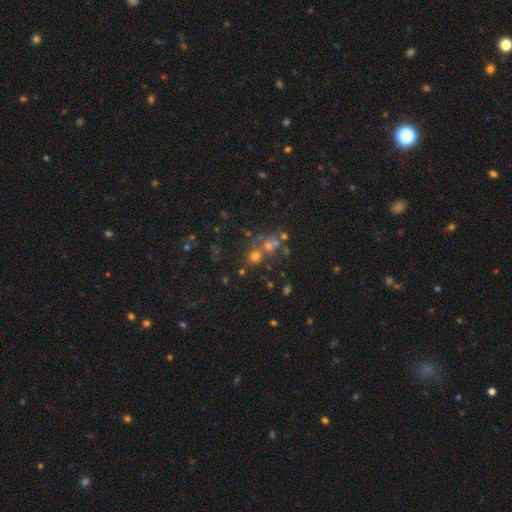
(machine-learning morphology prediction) This is possibly a smooth galaxy (47%). Merging: possibly none (54%).